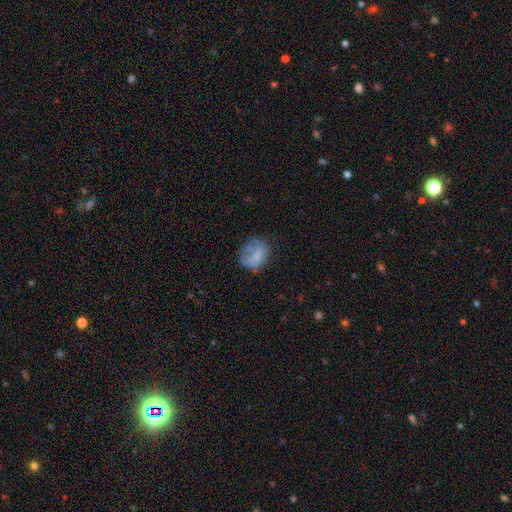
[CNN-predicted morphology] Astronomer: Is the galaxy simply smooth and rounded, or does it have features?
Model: smooth — 64%.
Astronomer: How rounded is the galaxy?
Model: round — 56% (runner-up: in between, 42%).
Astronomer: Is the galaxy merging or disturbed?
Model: none — 50% (runner-up: minor disturbance, 26%).